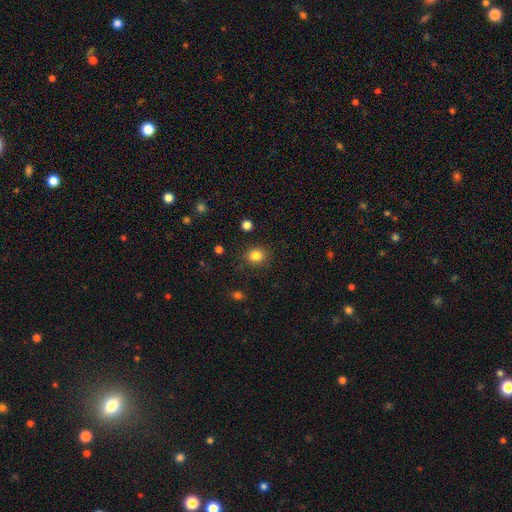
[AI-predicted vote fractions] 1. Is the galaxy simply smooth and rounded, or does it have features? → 84% smooth, 12% star or artifact, 5% featured or disk.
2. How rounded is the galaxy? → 75% round, 24% in between, 1% cigar-shaped.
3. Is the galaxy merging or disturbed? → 85% none, 10% minor disturbance, 3% major disturbance, 2% merger.